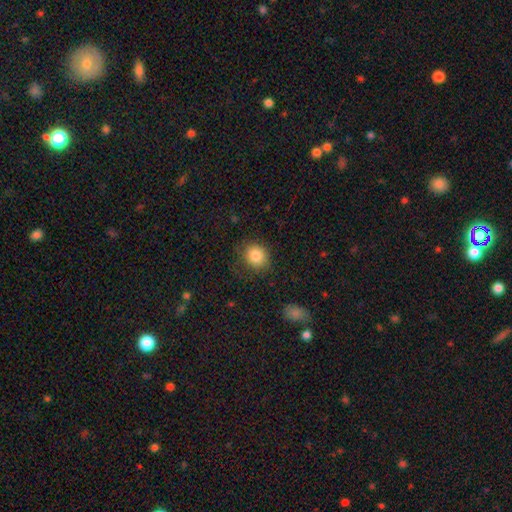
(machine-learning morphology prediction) smooth_or_featured: smooth (p=0.85) [alt: star or artifact p=0.09]
how_rounded: round (p=0.74) [alt: in between p=0.25]
merging: none (p=0.77) [alt: minor disturbance p=0.16]